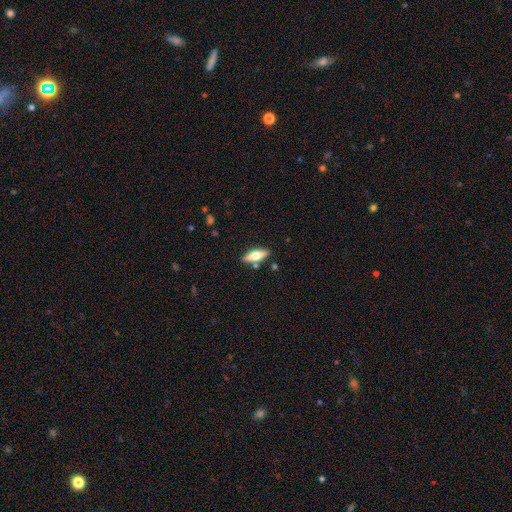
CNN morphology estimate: smooth_or_featured: smooth (p=0.53) [alt: featured or disk p=0.41]
how_rounded: in between (p=0.53) [alt: cigar-shaped p=0.44]
merging: none (p=0.83) [alt: minor disturbance p=0.10]